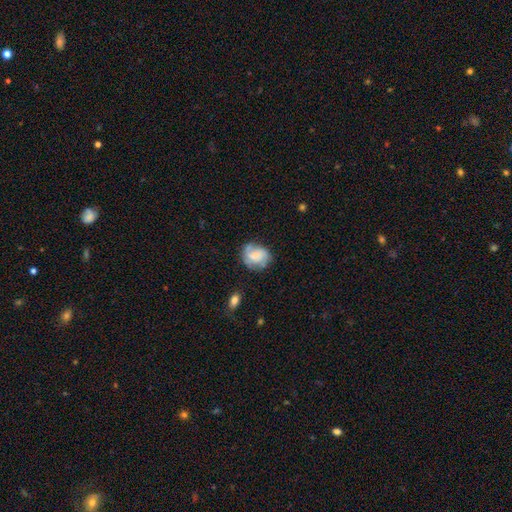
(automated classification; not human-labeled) Q: Smooth or featured?
A: featured or disk (48%); runner-up: smooth (44%)
Q: Merging?
A: none (59%); runner-up: minor disturbance (26%)